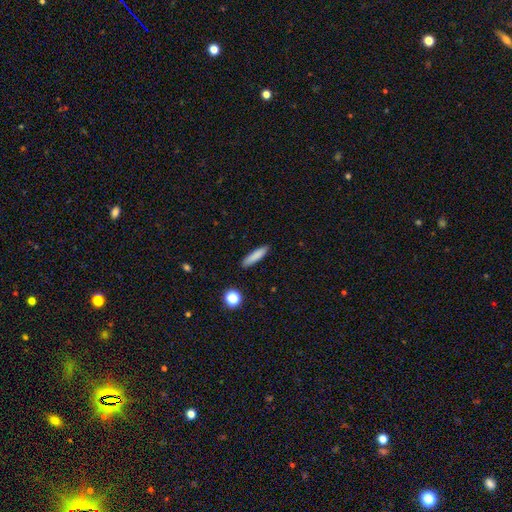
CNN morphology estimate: smooth 83%, featured or disk 9%, star or artifact 8%. Down the decision tree: how rounded — cigar-shaped (81%); merging — none (89%).